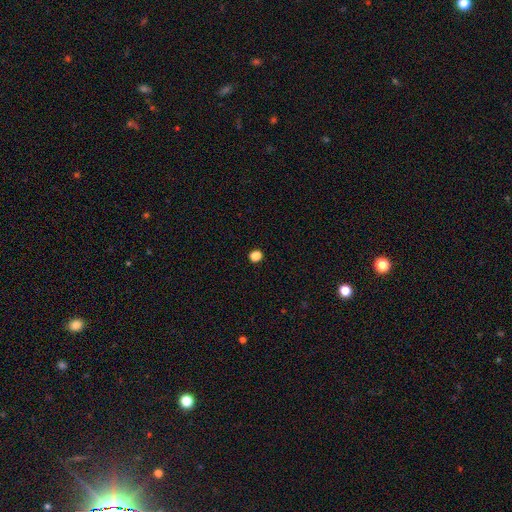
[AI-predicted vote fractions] smooth_or_featured: smooth (p=0.75) [alt: star or artifact p=0.21]
how_rounded: round (p=0.65) [alt: in between p=0.34]
merging: none (p=0.85) [alt: minor disturbance p=0.08]